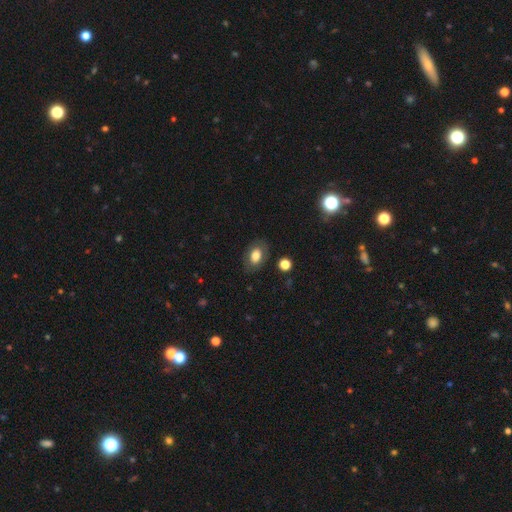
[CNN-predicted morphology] Smooth or featured: smooth — 73% (featured or disk — 18%)
How rounded: in between — 84% (round — 14%)
Merging: none — 81% (minor disturbance — 13%)